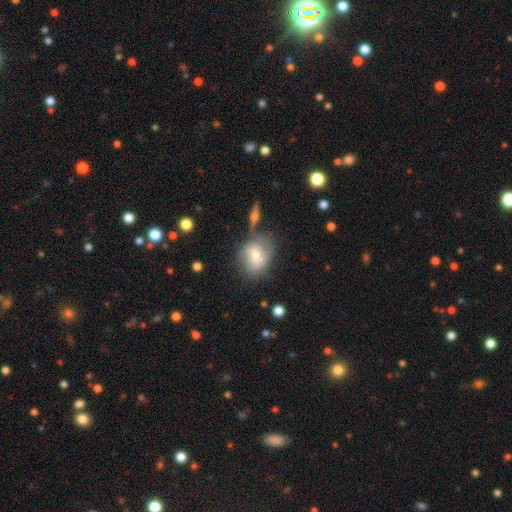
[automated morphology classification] Smooth or featured?
  - smooth: 60% *
  - featured or disk: 31%
  - star or artifact: 9%
How rounded?
  - in between: 49% * (tied)
  - round: 49% * (tied)
  - cigar-shaped: 2%
Merging?
  - none: 56% *
  - minor disturbance: 21%
  - merger: 14%
  - major disturbance: 9%